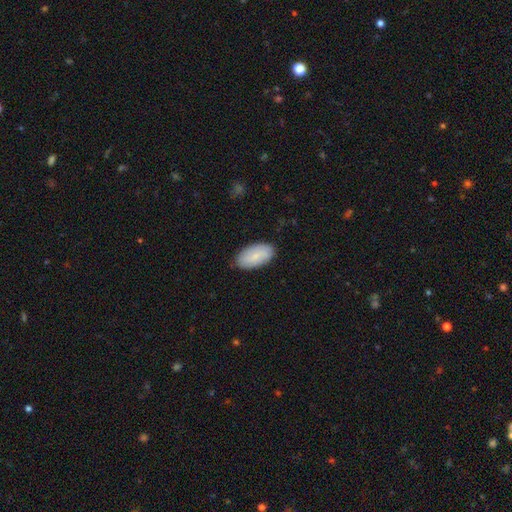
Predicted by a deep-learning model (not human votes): Morphology: type=smooth (79%); roundness=in between (95%); merging=none (85%).